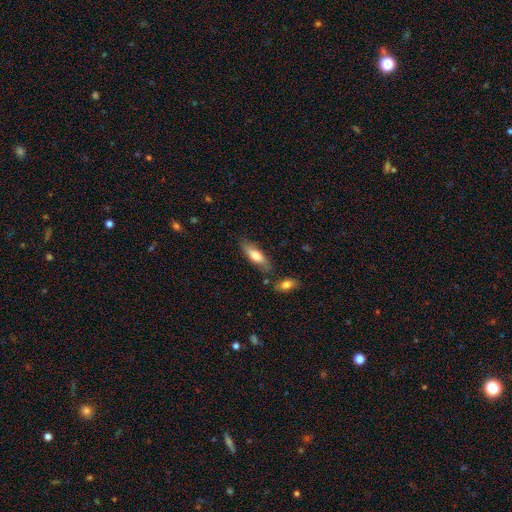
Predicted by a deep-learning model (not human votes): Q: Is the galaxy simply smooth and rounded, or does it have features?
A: smooth — 70%.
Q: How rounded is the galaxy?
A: in between — 52%.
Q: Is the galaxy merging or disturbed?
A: none — 75%.